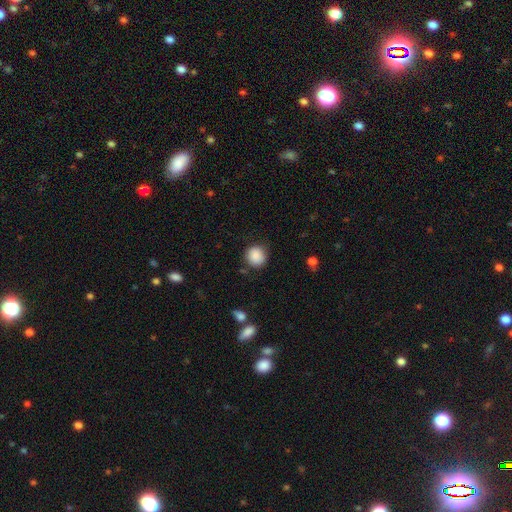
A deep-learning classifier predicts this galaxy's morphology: Smooth or featured? Predicted: smooth (p=0.88). How rounded? Predicted: round (p=0.89). Merging? Predicted: none (p=0.82).